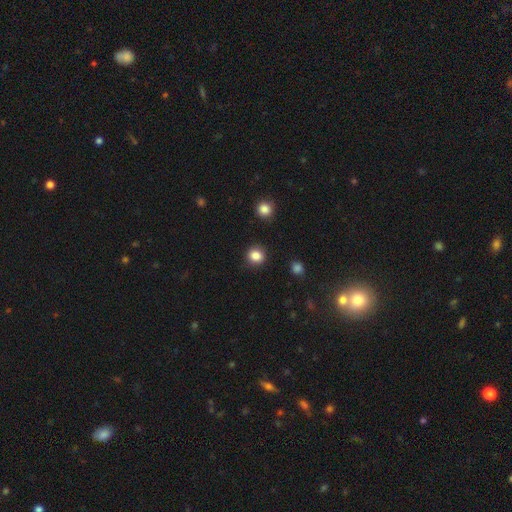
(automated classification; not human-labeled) Smooth or featured: smooth — 85% (star or artifact — 11%)
How rounded: round — 86% (in between — 13%)
Merging: none — 90% (minor disturbance — 7%)